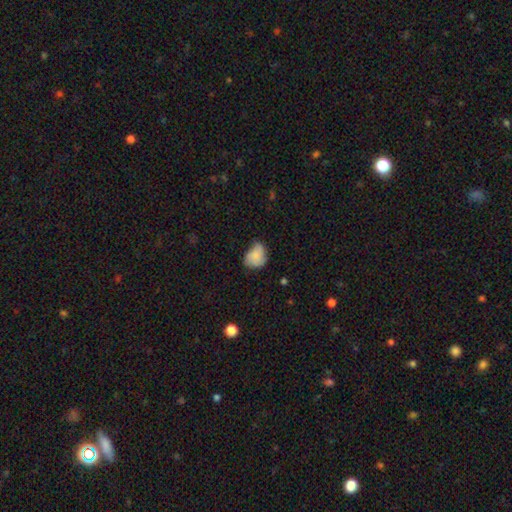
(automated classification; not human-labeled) This appears to be a smooth galaxy with no disk features (73%) that is in between round and cigar-shaped (58%). Merging: minor disturbance (42%).